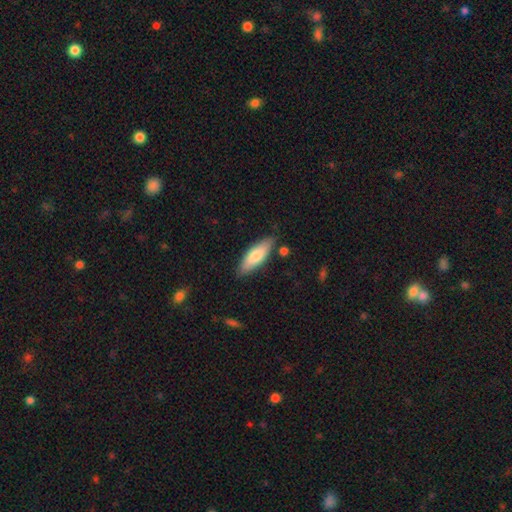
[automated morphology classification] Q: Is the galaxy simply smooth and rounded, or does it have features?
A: smooth — 77%.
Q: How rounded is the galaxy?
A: in between — 57%.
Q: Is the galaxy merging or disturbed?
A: none — 82%.